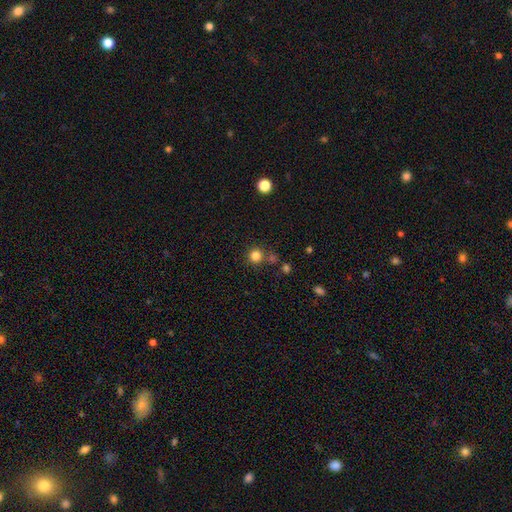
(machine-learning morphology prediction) smooth-or-featured: smooth: 82% | star or artifact: 14% | featured or disk: 5%
  how-rounded: round: 94% | in between: 5% | cigar-shaped: 1%
  merging: none: 76% | merger: 12% | minor disturbance: 9% | major disturbance: 3%